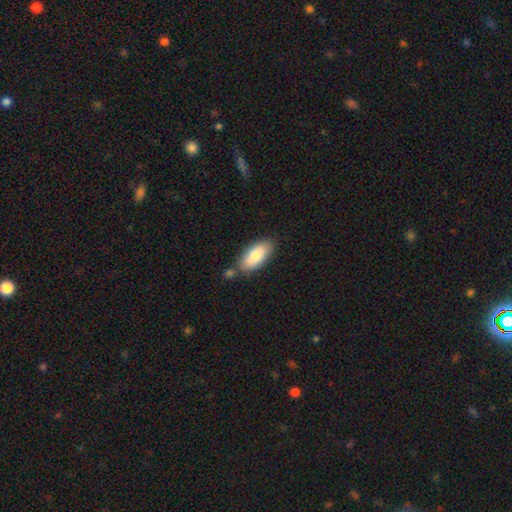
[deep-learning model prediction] This is clearly a smooth galaxy (82%). How rounded: clearly in between (86%). Merging: likely none (69%).